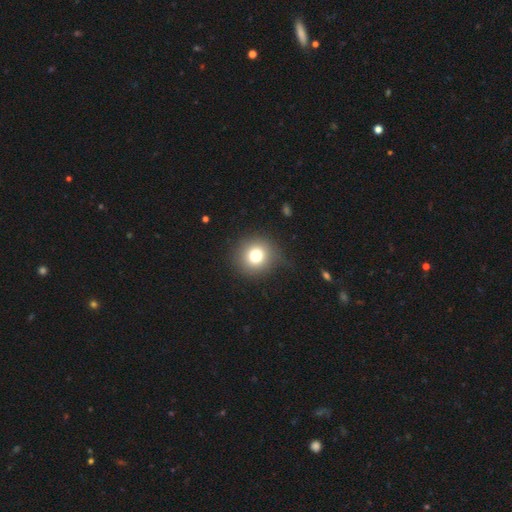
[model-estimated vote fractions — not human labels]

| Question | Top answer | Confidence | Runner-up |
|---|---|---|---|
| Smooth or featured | smooth | 77% | star or artifact (13%) |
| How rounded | round | 92% | in between (7%) |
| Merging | none | 84% | minor disturbance (11%) |